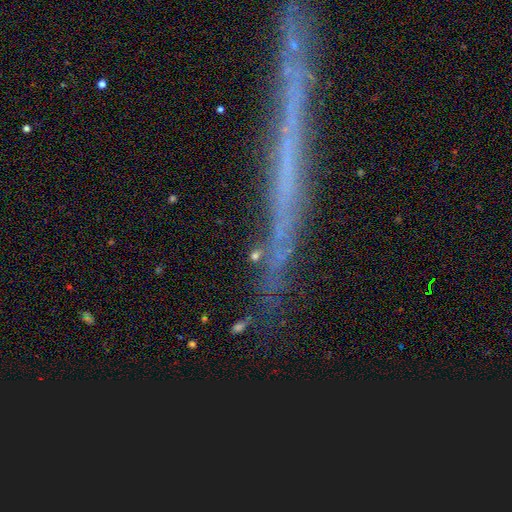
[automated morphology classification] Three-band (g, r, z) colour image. It shows a star or artifact, not a galaxy (43%).